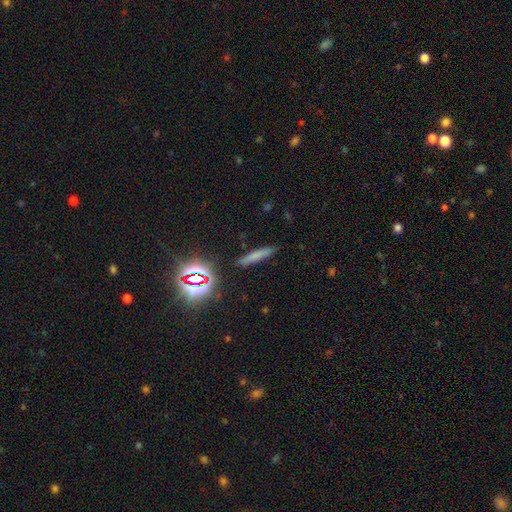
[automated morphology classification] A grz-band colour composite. It shows a smooth galaxy with no disk features (64%) that is cigar-shaped (89%). Merging: none (87%).